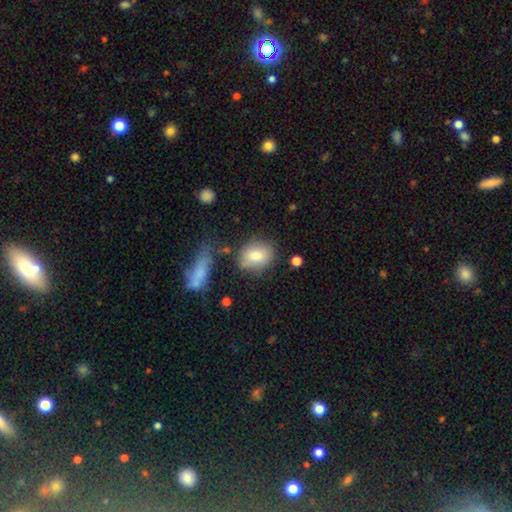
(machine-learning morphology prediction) type=smooth (81%); roundness=in between (59%); merging=none (70%).